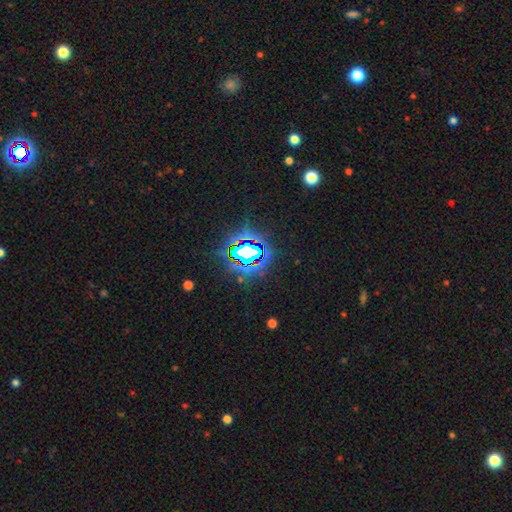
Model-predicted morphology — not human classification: smooth_or_featured: star or artifact (p=0.84) [alt: smooth p=0.09]